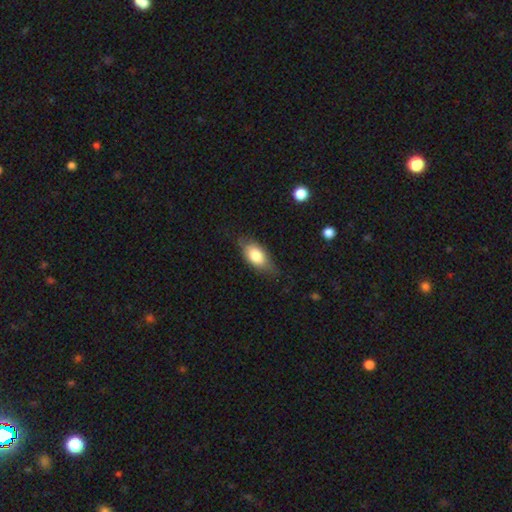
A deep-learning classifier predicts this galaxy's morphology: Q: Smooth or featured?
A: smooth (75%); runner-up: featured or disk (18%)
Q: How rounded?
A: in between (88%); runner-up: cigar-shaped (7%)
Q: Merging?
A: none (68%); runner-up: minor disturbance (24%)